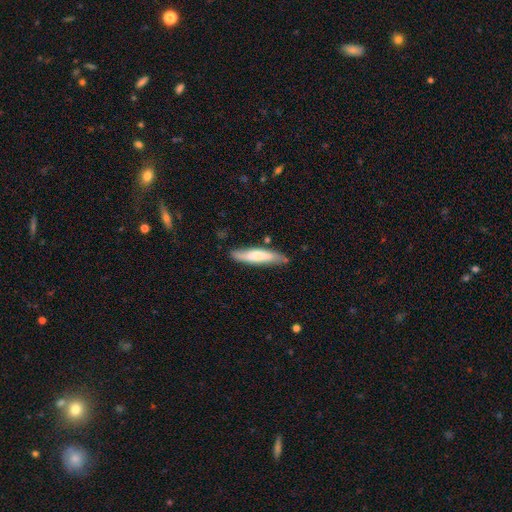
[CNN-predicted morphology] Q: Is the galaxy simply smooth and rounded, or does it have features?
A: smooth — 62%.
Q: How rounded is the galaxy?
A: cigar-shaped — 81%.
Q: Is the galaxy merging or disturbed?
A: none — 78%.